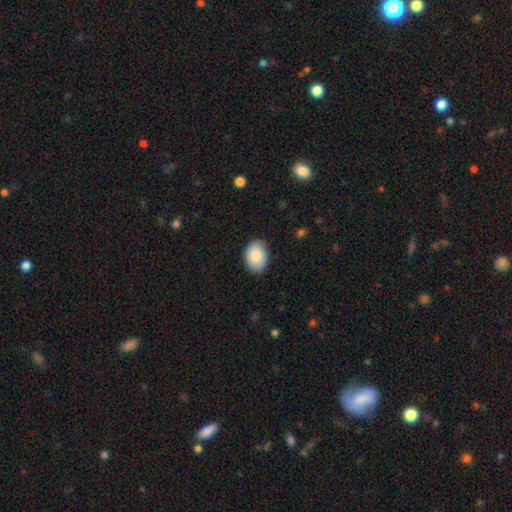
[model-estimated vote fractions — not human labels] smooth-or-featured: smooth: 84% | featured or disk: 9% | star or artifact: 6%
  how-rounded: in between: 83% | round: 16% | cigar-shaped: 1%
  merging: none: 86% | minor disturbance: 11% | major disturbance: 2% | merger: 1%